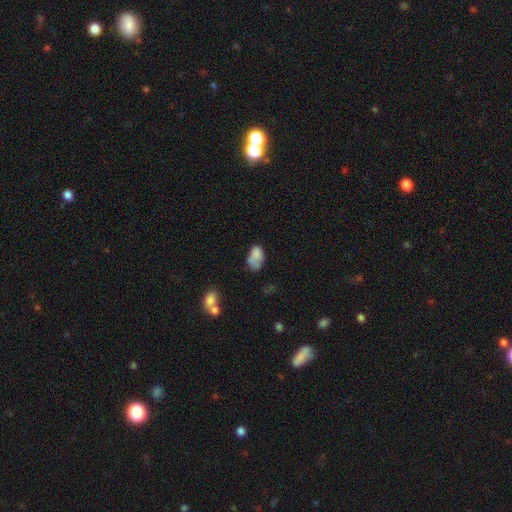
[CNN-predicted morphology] The model was most divided on "merging": none: 37%, minor disturbance: 31%, major disturbance: 20%, merger: 13%. More confident: how rounded — in between (87%); smooth or featured — smooth (74%).